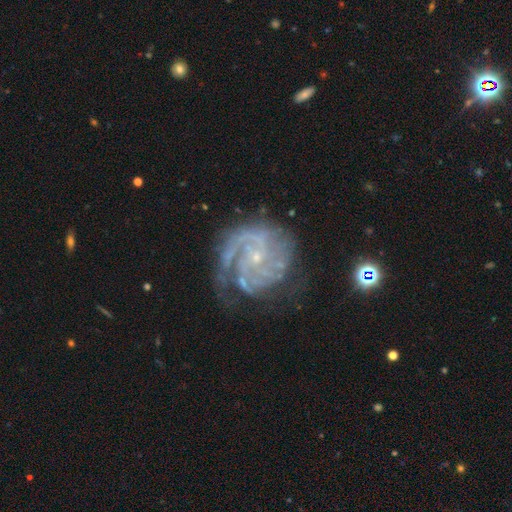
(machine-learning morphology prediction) smooth_or_featured: featured or disk (p=0.87) [alt: star or artifact p=0.07]
disk_edge_on: no (p=0.98) [alt: yes p=0.02]
bar: no (p=0.71) [alt: weak p=0.23]
has_spiral_arms: yes (p=0.96) [alt: no p=0.04]
spiral_winding: tight (p=0.60) [alt: medium p=0.33]
spiral_arm_count: 3 (p=0.26) [alt: can't tell p=0.25]
bulge_size: small (p=0.84) [alt: moderate p=0.10]
merging: none (p=0.60) [alt: minor disturbance p=0.21]